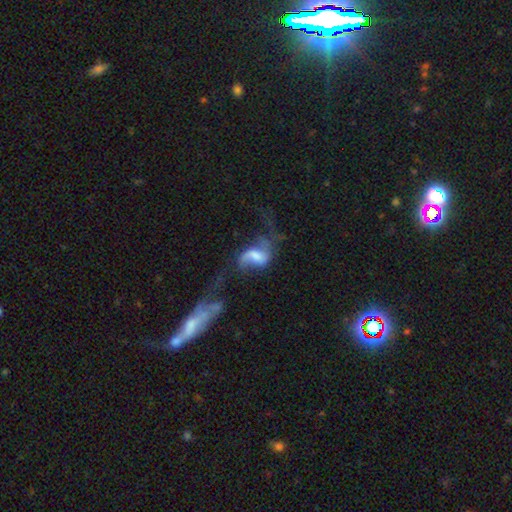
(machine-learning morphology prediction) Smooth or featured?
  - featured or disk: 62% *
  - smooth: 29%
  - star or artifact: 9%
Edge-on disk?
  - no: 96% *
  - yes: 4%
Bar?
  - weak: 43% *
  - no: 38%
  - strong: 20%
Spiral arms?
  - yes: 73% *
  - no: 27%
Bulge size?
  - moderate: 37% *
  - small: 25%
  - none: 19%
  - large: 17%
  - dominant: 3%
Merging?
  - major disturbance: 42% *
  - none: 22%
  - merger: 21%
  - minor disturbance: 15%